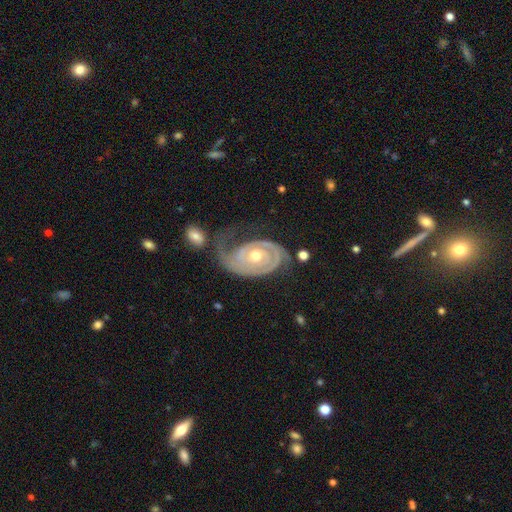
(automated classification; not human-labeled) This appears to be a featured or disk galaxy (89%) with no bar (75%), 2 (43%) tight (73%) spiral arms (94%) and a moderate central bulge (70%). Merging: none (45%).